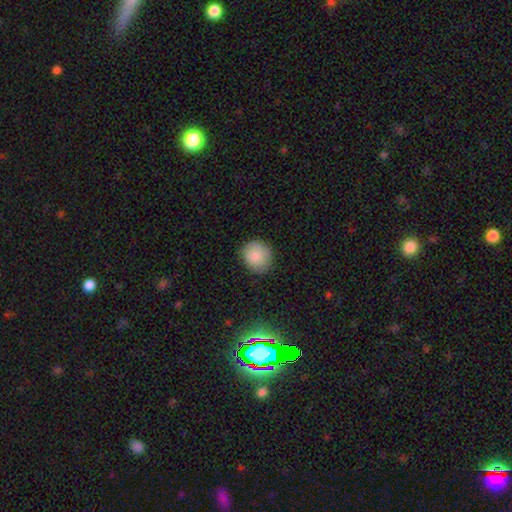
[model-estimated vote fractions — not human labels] This is clearly a smooth galaxy (85%). How rounded: clearly round (87%). Merging: clearly none (84%).